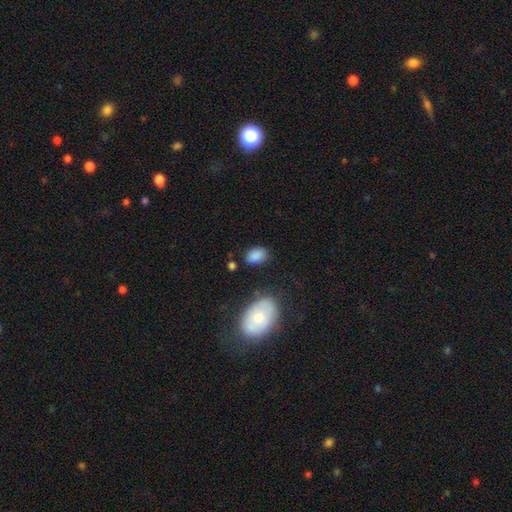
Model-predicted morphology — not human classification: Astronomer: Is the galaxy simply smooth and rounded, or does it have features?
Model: smooth — 87%.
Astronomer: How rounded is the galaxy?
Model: in between — 89%.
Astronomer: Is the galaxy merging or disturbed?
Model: none — 76%.